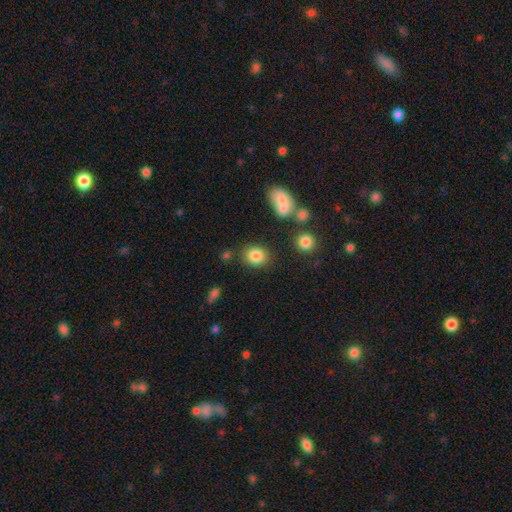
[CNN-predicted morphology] A smooth galaxy with no disk features (84%) that is round (63%).

Vote fractions:
- Smooth or featured? smooth: 84% / star or artifact: 10% / featured or disk: 6%
- How rounded? round: 63% / in between: 36% / cigar-shaped: 1%
- Merging? none: 81% / minor disturbance: 11% / merger: 5% / major disturbance: 4%